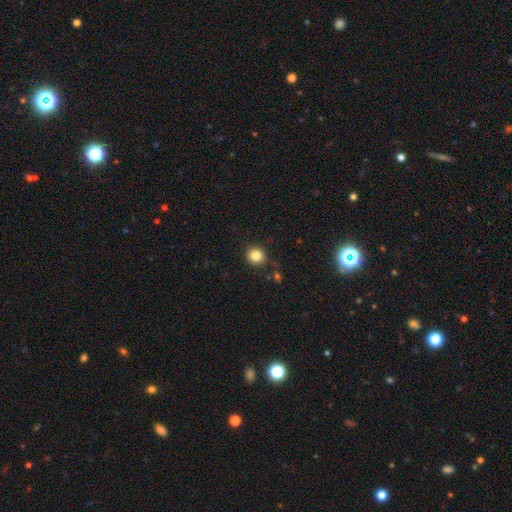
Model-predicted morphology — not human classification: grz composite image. It shows a smooth galaxy with no disk features (83%) that is round (89%). Merging: none (87%).